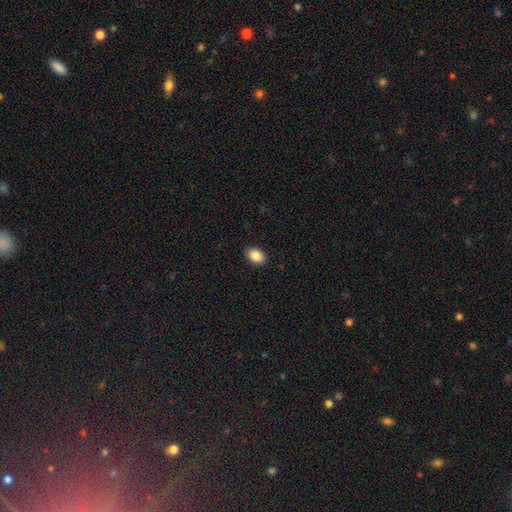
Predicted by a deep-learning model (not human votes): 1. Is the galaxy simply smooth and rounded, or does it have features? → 88% smooth, 8% star or artifact, 4% featured or disk.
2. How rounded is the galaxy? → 80% in between, 19% round, 1% cigar-shaped.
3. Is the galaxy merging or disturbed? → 89% none, 8% minor disturbance, 2% major disturbance, 1% merger.